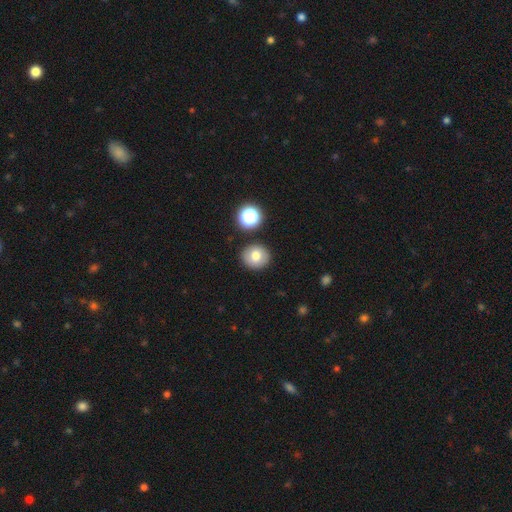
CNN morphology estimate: smooth 76%, featured or disk 13%, star or artifact 11%. Down the decision tree: how rounded — round (85%); merging — none (87%).